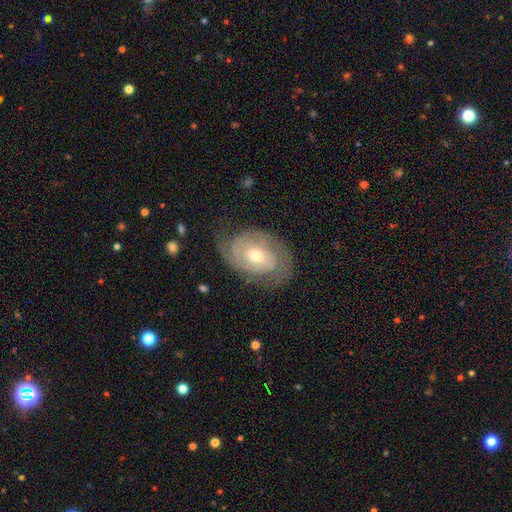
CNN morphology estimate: Smooth or featured?
  - featured or disk: 81% *
  - smooth: 13%
  - star or artifact: 5%
Edge-on disk?
  - no: 96% *
  - yes: 4%
Bar?
  - no: 66% *
  - weak: 27%
  - strong: 7%
Spiral arms?
  - yes: 91% *
  - no: 9%
Spiral winding?
  - tight: 61% *
  - medium: 30%
  - loose: 9%
Spiral arm count?
  - 2: 66% *
  - can't tell: 18%
  - 3: 7%
  - 1: 5%
  - 4: 2%
  - more than 4: 2%
Bulge size?
  - moderate: 52% *
  - small: 43%
  - large: 2%
  - none: 1%
  - dominant: 1%
Merging?
  - none: 69% *
  - minor disturbance: 19%
  - major disturbance: 10%
  - merger: 1%